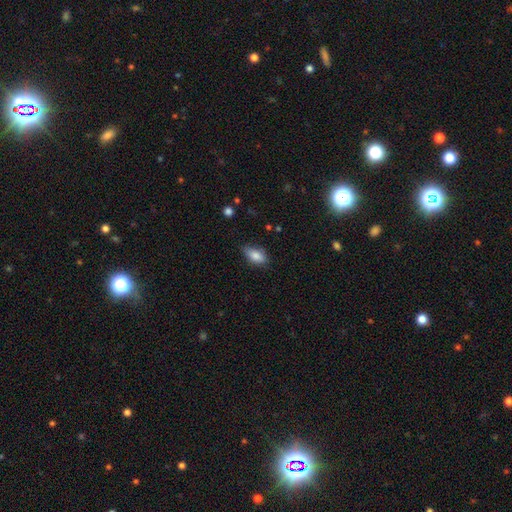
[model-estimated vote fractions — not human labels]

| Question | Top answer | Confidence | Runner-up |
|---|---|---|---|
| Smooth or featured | smooth | 83% | featured or disk (9%) |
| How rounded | in between | 89% | cigar-shaped (6%) |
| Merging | none | 73% | minor disturbance (22%) |